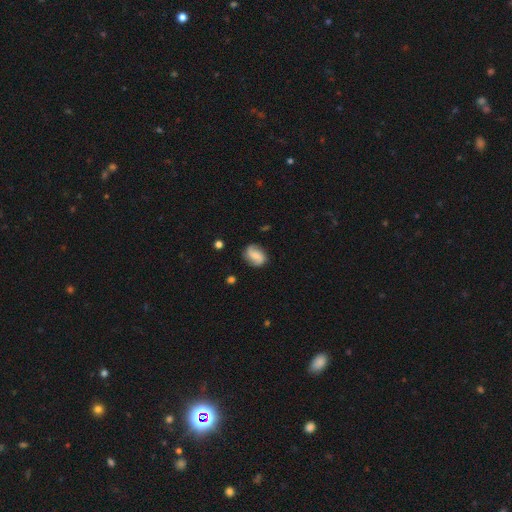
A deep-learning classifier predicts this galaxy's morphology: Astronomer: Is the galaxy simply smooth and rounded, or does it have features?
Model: featured or disk — 55% (runner-up: smooth, 38%).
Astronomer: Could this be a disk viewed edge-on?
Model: no — 97%.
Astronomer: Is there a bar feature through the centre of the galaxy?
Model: no — 44% (runner-up: weak, 40%).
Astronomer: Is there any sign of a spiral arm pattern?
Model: yes — 92%.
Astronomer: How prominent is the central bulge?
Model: small — 44% (runner-up: moderate, 30%).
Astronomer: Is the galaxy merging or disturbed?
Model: none — 79%.